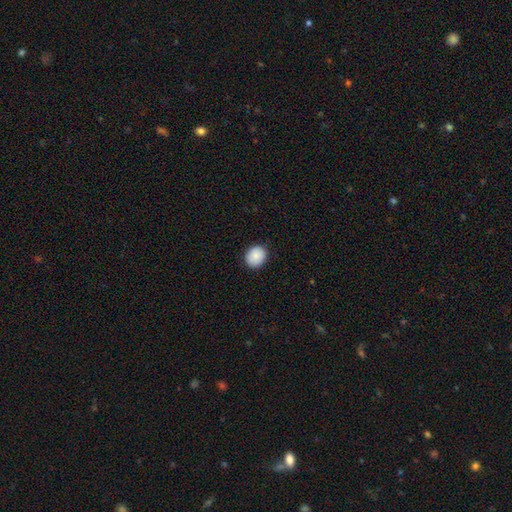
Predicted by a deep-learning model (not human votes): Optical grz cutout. It shows a smooth galaxy with no disk features (88%) that is round (69%). Merging: none (88%).